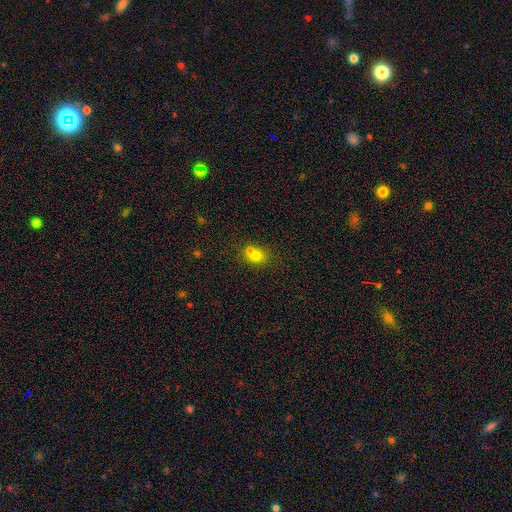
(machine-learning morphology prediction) A smooth galaxy with no disk features (72%) that is round (68%).

Vote fractions:
- Smooth or featured? smooth: 72% / featured or disk: 15% / star or artifact: 14%
- How rounded? round: 68% / in between: 31% / cigar-shaped: 1%
- Merging? merger: 55% / none: 35% / minor disturbance: 7% / major disturbance: 3%